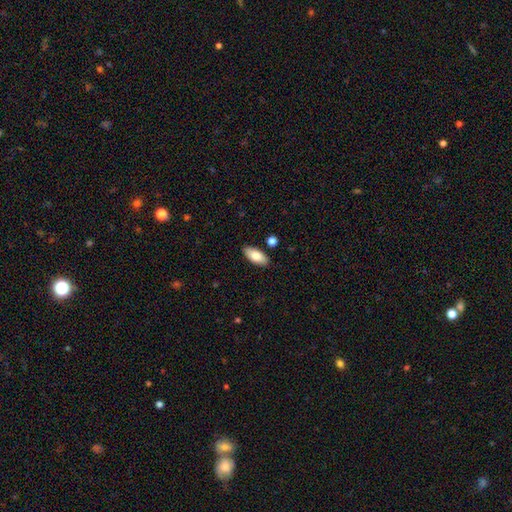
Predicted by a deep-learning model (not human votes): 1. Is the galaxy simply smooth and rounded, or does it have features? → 82% smooth, 12% featured or disk, 6% star or artifact.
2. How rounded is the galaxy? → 89% in between, 9% cigar-shaped, 2% round.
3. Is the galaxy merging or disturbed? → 87% none, 9% minor disturbance, 2% merger, 2% major disturbance.